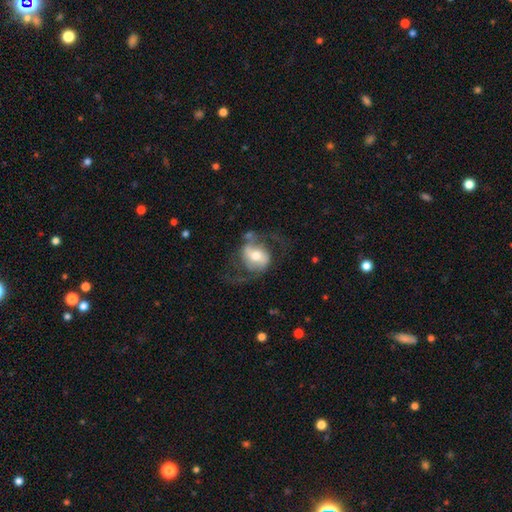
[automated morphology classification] type=featured or disk (74%); edge-on=no (96%); bar=weak (39%); spiral arms=yes (87%); winding=loose (48%); arm count=2 (90%); bulge=moderate (61%); merging=none (57%).